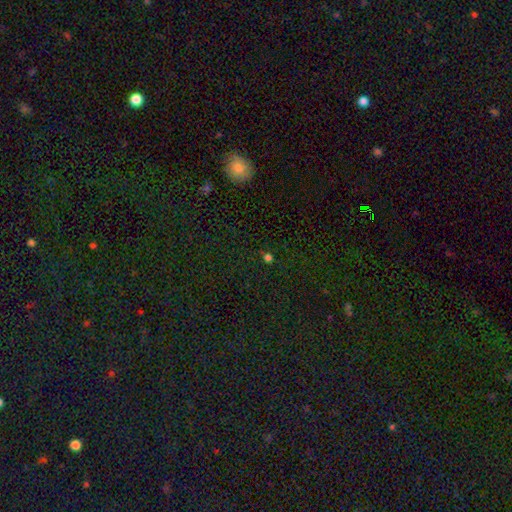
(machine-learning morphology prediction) A star or artifact, not a galaxy (65%).